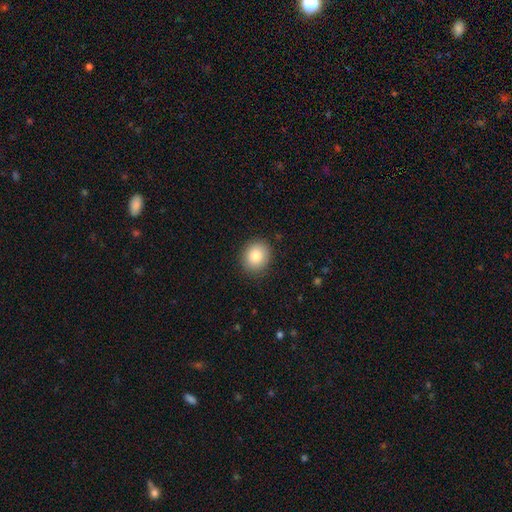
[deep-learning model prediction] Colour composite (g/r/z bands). It shows a smooth galaxy with no disk features (84%) that is round (71%). Merging: none (89%).